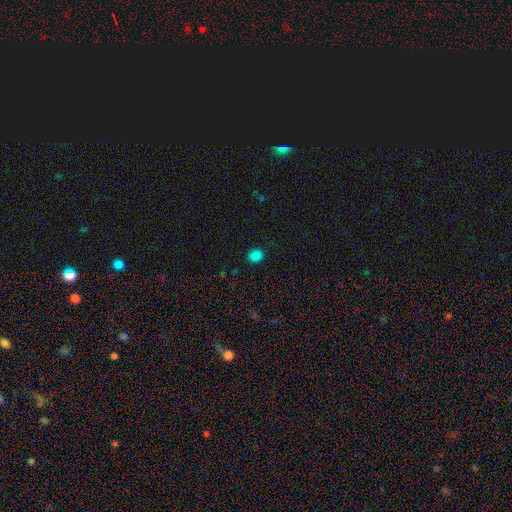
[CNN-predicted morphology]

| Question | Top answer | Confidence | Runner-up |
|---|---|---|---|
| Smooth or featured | smooth | 83% | star or artifact (14%) |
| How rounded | round | 60% | in between (39%) |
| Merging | none | 88% | minor disturbance (8%) |